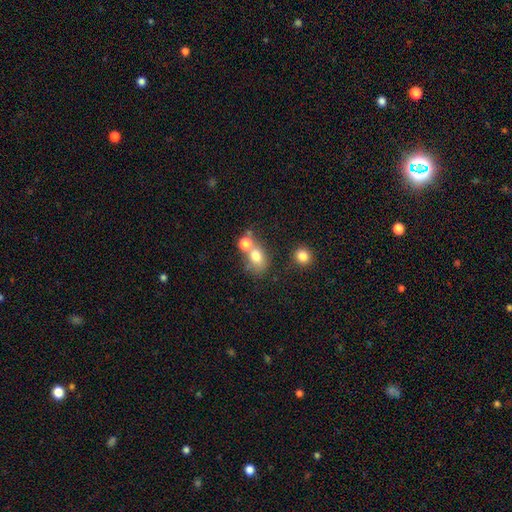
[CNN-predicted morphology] Smooth or featured?
  - smooth: 73% *
  - featured or disk: 13%
  - star or artifact: 13%
How rounded?
  - in between: 52% *
  - round: 47%
  - cigar-shaped: 1%
Merging?
  - none: 43% *
  - merger: 39%
  - minor disturbance: 12%
  - major disturbance: 6%